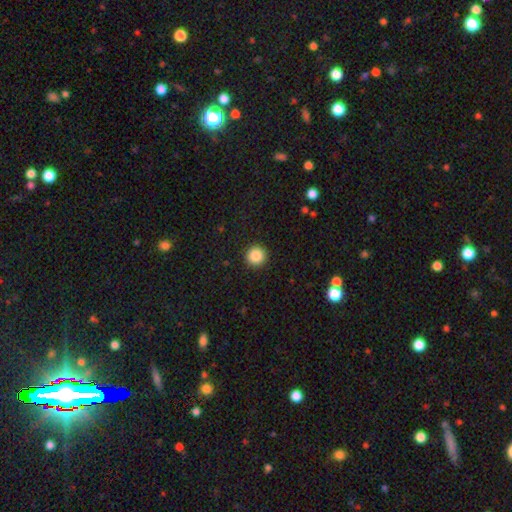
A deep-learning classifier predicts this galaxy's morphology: type=smooth (88%); roundness=round (95%); merging=none (93%).